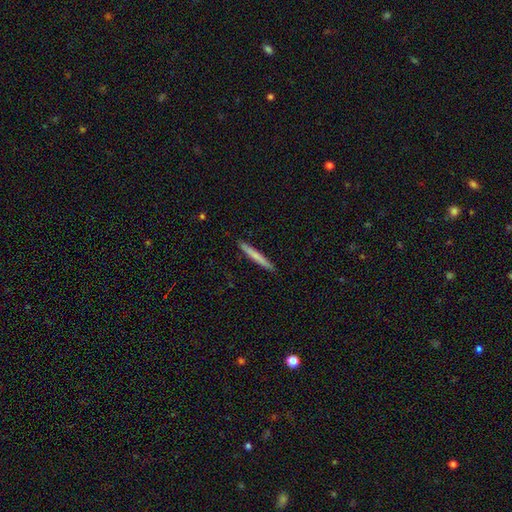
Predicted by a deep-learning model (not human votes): This appears to be a smooth galaxy with no disk features (68%) that is cigar-shaped (97%). Merging: none (92%).